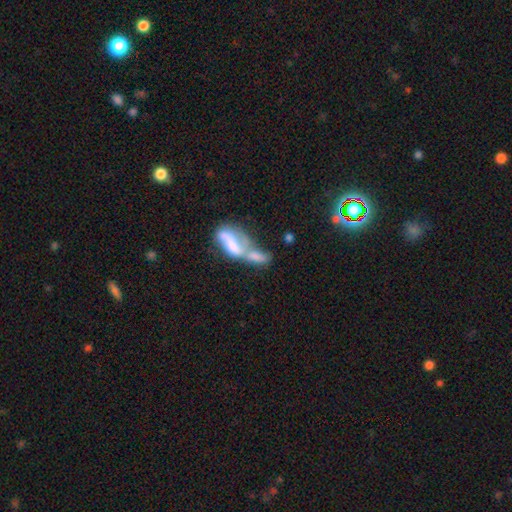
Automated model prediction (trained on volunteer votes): Overall: smooth (61%; featured or disk 30%). How rounded: in between (79%). Merging: merger (76%).